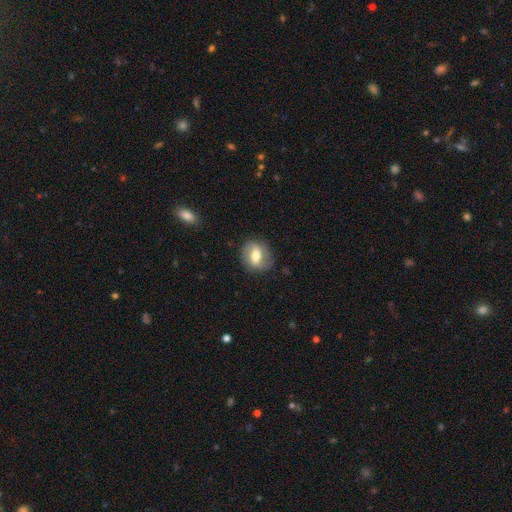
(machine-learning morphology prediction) featured or disk 58%, smooth 35%, star or artifact 7%. Down the decision tree: edge-on disk — no (94%); bar — weak (41%); spiral arms — yes (72%); bulge size — moderate (65%); merging — none (80%).